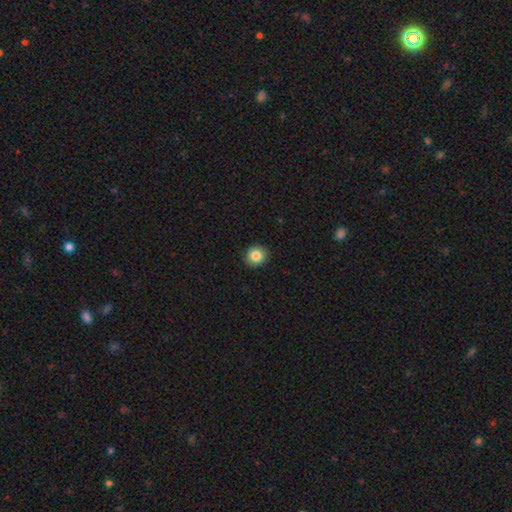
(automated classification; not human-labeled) Morphology: type=smooth (84%); roundness=round (87%); merging=none (92%).